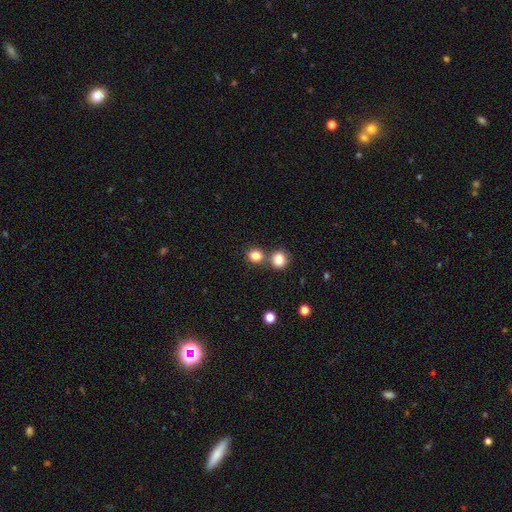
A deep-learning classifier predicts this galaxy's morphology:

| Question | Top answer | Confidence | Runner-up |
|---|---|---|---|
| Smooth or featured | smooth | 83% | star or artifact (12%) |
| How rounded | round | 79% | in between (20%) |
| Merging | none | 65% | merger (24%) |